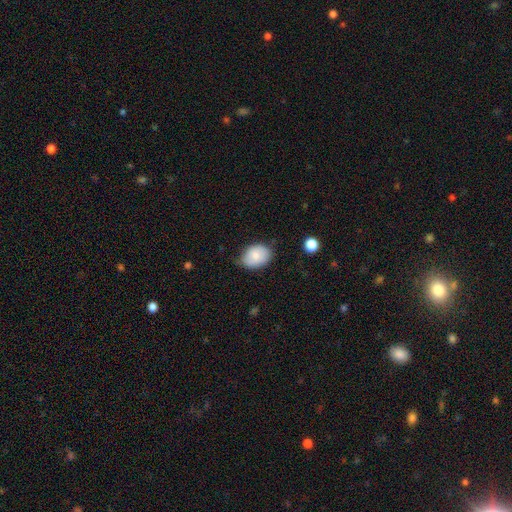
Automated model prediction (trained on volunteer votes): This is clearly a smooth galaxy (80%). How rounded: likely in between (71%). Merging: likely none (68%).